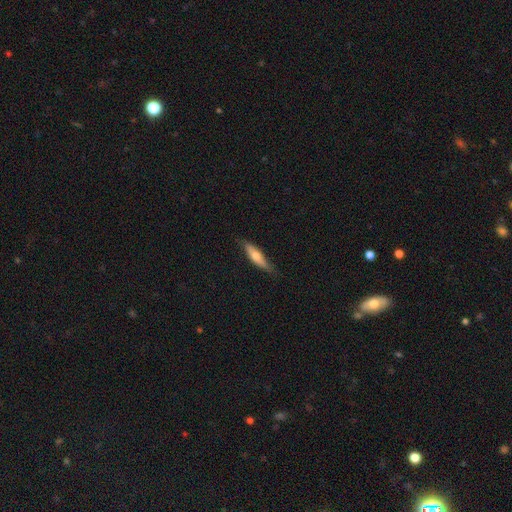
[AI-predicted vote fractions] Overall: smooth (58%; featured or disk 36%). How rounded: cigar-shaped (67%; in between 31%). Merging: none (78%).